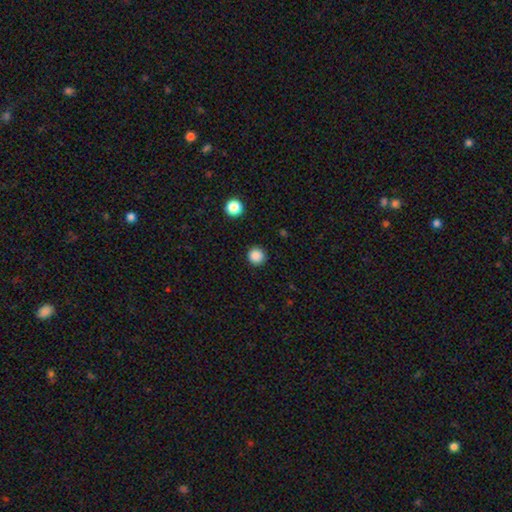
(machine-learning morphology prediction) Smooth or featured? smooth (86%)
How rounded? round (96%)
Merging? none (92%)